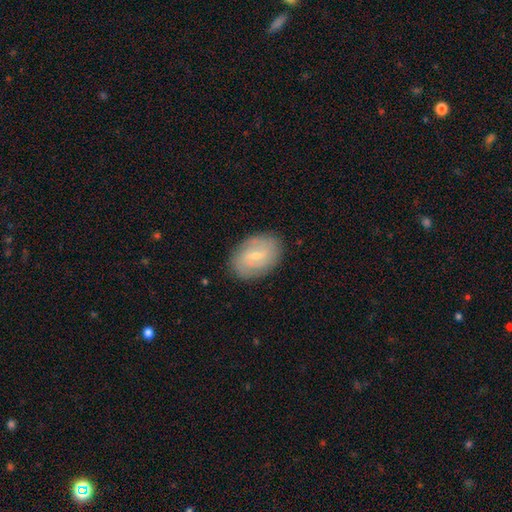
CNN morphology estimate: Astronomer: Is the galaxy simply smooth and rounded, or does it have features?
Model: featured or disk — 60%.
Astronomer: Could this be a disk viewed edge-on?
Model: no — 96%.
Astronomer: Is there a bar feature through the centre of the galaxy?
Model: weak — 58%.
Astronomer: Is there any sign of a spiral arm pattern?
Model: yes — 79%.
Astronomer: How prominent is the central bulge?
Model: small — 71%.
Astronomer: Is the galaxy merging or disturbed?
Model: none — 84%.